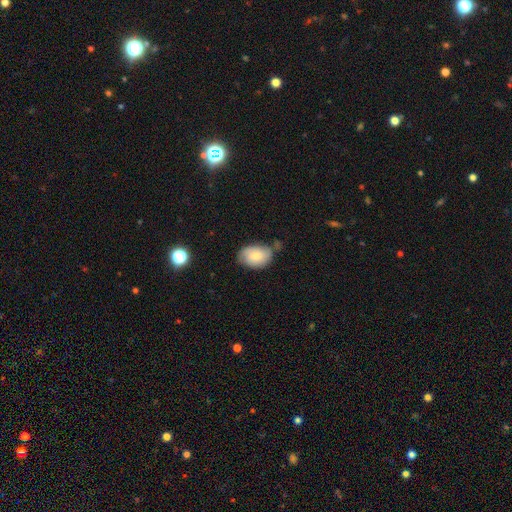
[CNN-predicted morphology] Q: Smooth or featured?
A: smooth (69%); runner-up: featured or disk (24%)
Q: How rounded?
A: in between (83%); runner-up: round (16%)
Q: Merging?
A: none (57%); runner-up: minor disturbance (28%)